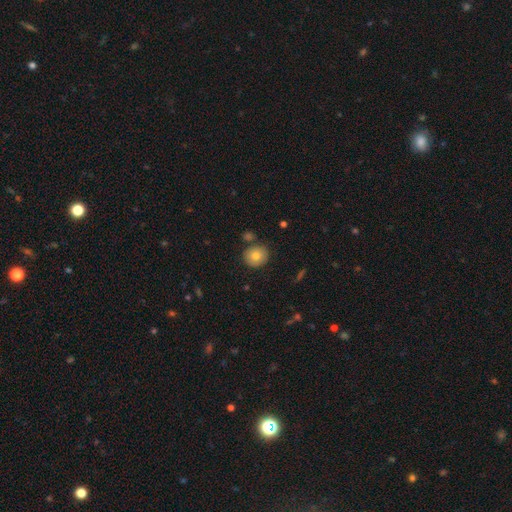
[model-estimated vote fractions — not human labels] smooth_or_featured: smooth (p=0.79) [alt: featured or disk p=0.11]
how_rounded: round (p=0.82) [alt: in between p=0.18]
merging: none (p=0.80) [alt: minor disturbance p=0.11]